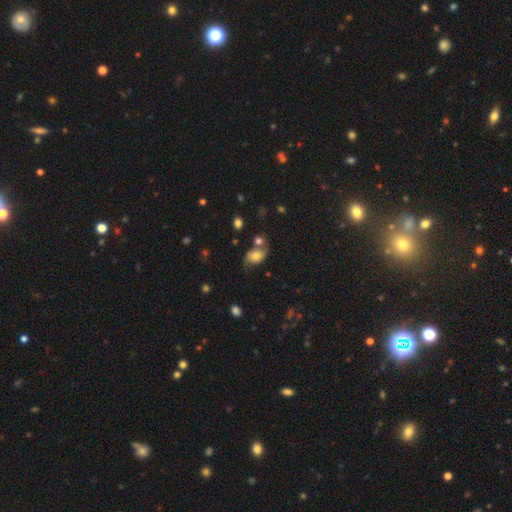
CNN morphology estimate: smooth 67%, featured or disk 23%, star or artifact 10%. Down the decision tree: how rounded — in between (78%); merging — none (45%).